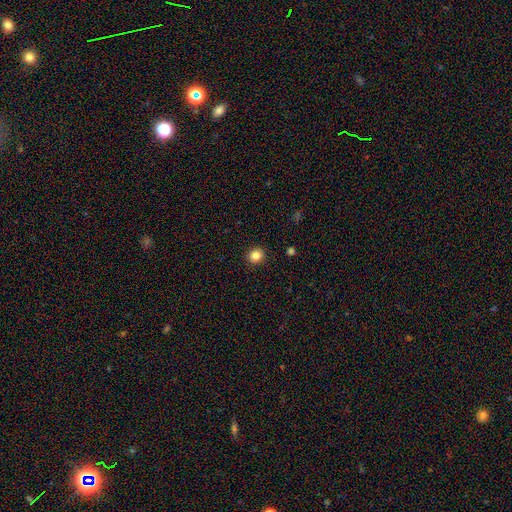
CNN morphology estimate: type=smooth (83%); roundness=round (87%); merging=none (92%).